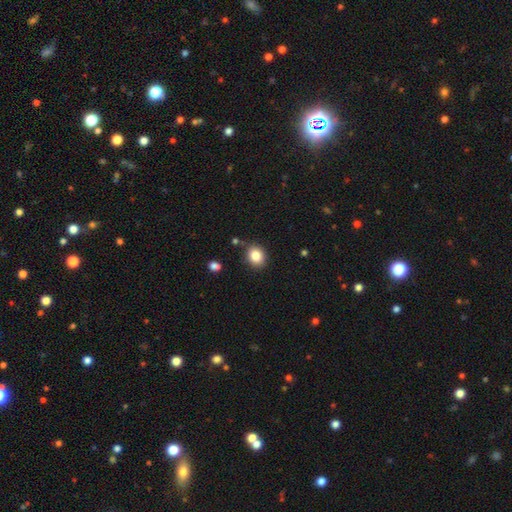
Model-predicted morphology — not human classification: Smooth or featured: smooth — 84% (star or artifact — 10%)
How rounded: round — 58% (in between — 41%)
Merging: none — 83% (minor disturbance — 11%)